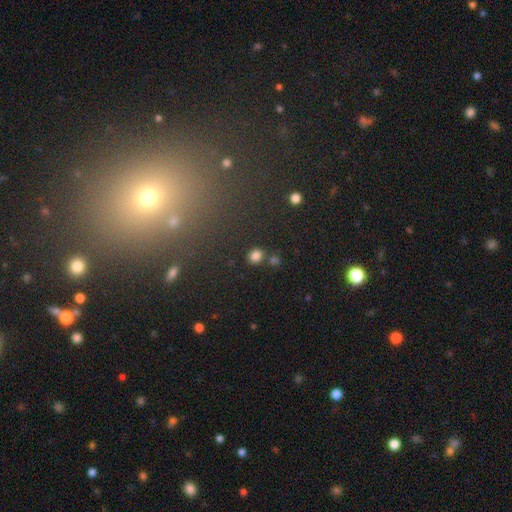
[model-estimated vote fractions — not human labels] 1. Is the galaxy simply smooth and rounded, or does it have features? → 82% smooth, 13% star or artifact, 5% featured or disk.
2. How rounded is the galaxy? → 80% round, 19% in between, 1% cigar-shaped.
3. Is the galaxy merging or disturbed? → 80% none, 10% merger, 8% minor disturbance, 3% major disturbance.